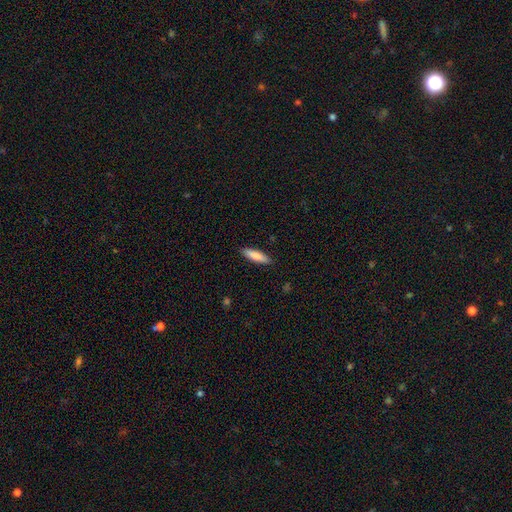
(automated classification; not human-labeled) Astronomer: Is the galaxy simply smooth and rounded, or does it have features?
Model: smooth — 82%.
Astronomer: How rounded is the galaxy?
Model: cigar-shaped — 65%.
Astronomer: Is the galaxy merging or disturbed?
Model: none — 90%.